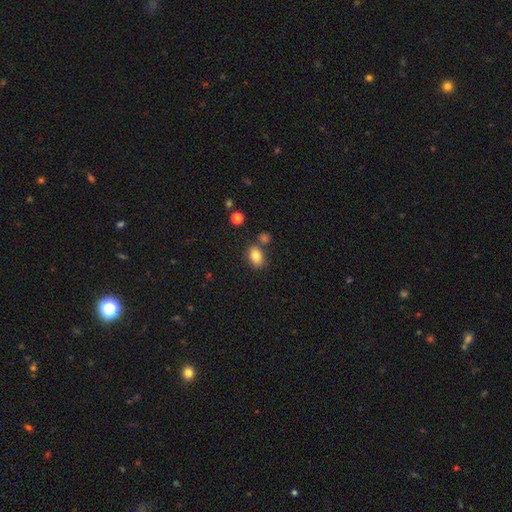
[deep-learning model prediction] smooth 82%, star or artifact 10%, featured or disk 9%. Down the decision tree: how rounded — in between (80%); merging — none (72%).